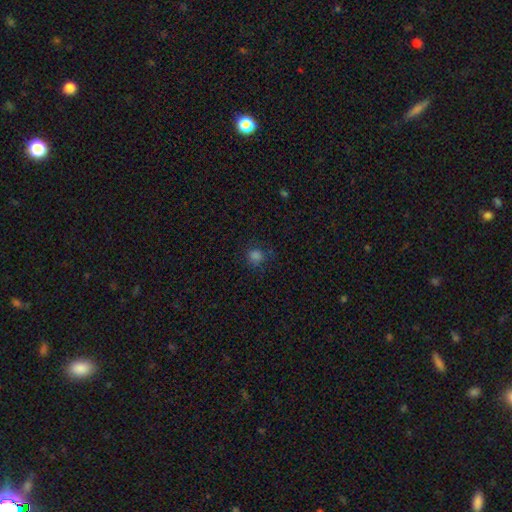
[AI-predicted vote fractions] A smooth galaxy with no disk features (75%) that is round (87%). Merging: none (80%).